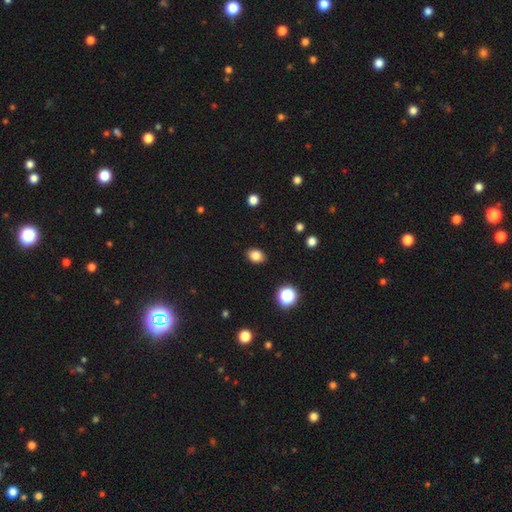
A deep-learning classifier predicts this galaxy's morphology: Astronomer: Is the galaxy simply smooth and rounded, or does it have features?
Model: smooth — 83%.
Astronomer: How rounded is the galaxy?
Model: in between — 65%.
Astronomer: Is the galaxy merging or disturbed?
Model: none — 89%.